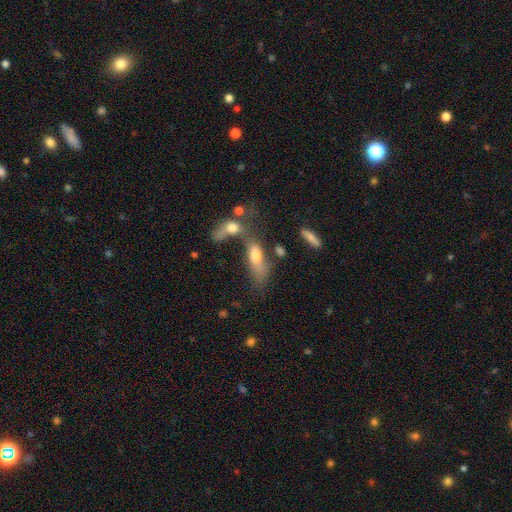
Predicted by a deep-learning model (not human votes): Overall: smooth (62%; featured or disk 28%). How rounded: in between (69%). Merging: merger (52%; none 20%).